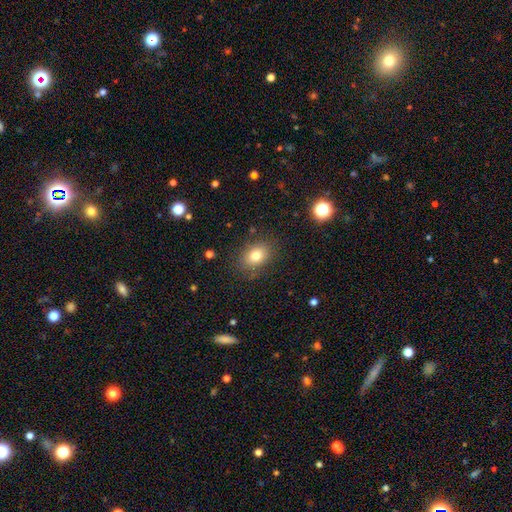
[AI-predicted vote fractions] Smooth or featured? smooth (79%)
How rounded? in between (65%)
Merging? none (83%)